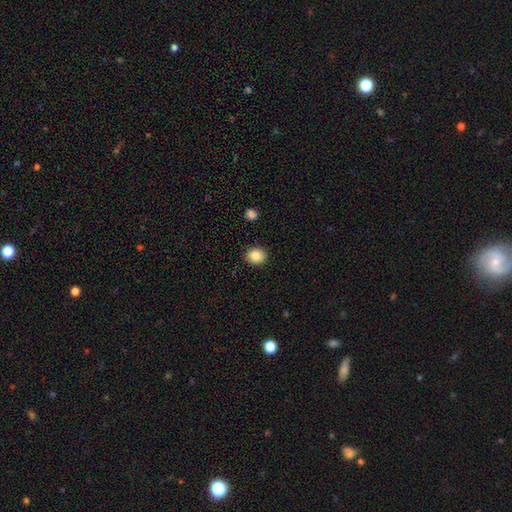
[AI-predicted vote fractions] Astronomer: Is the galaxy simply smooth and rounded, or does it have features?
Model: smooth — 87%.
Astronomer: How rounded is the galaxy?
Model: round — 66%.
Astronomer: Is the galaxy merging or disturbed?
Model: none — 90%.